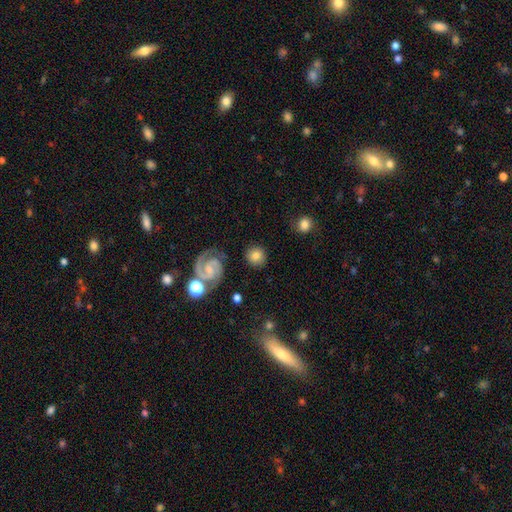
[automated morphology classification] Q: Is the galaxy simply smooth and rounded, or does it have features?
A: smooth — 68%.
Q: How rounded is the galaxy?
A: round — 91%.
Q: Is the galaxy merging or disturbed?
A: none — 86%.